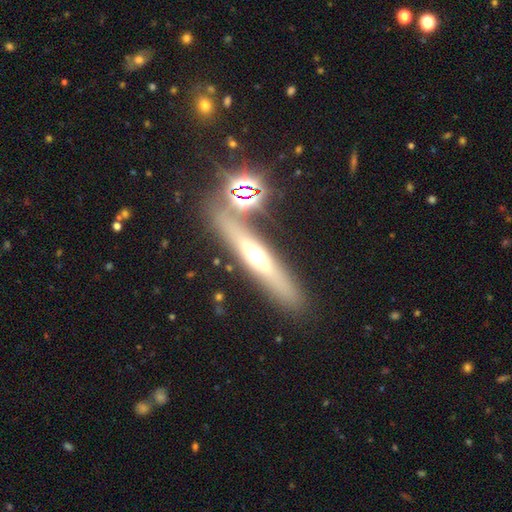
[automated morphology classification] The model was most divided on "smooth or featured": featured or disk: 53%, smooth: 32%, star or artifact: 15%. More confident: edge-on disk — yes (86%); merging — none (79%).